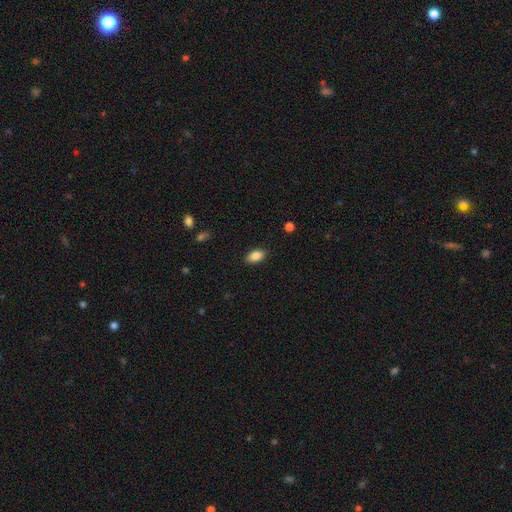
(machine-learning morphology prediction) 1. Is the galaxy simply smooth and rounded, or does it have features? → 86% smooth, 8% star or artifact, 6% featured or disk.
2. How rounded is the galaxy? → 91% in between, 5% round, 3% cigar-shaped.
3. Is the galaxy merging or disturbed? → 88% none, 9% minor disturbance, 2% major disturbance, 1% merger.